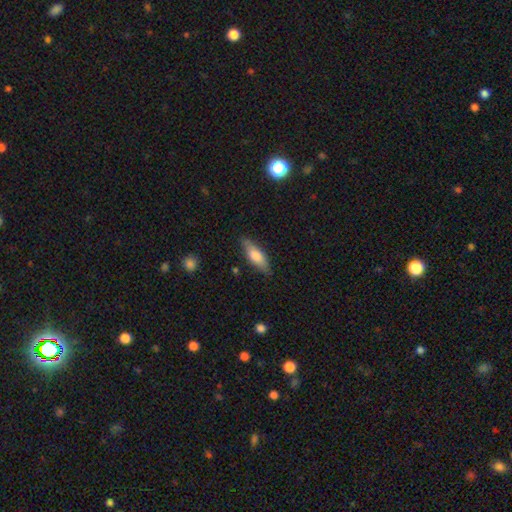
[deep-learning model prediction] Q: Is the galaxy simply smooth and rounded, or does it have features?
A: smooth — 66%.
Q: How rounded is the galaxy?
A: in between — 53%.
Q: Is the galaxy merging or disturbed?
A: none — 80%.